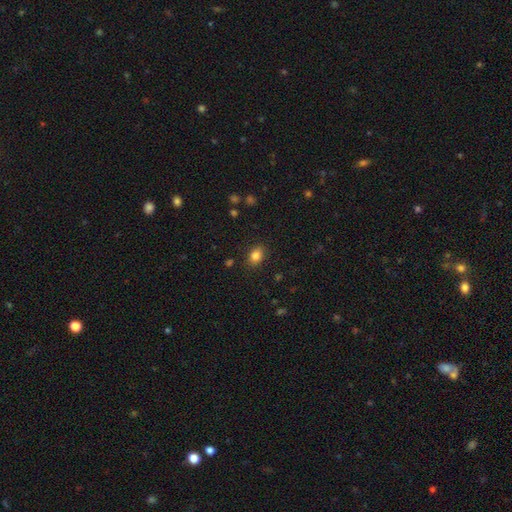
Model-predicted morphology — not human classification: smooth_or_featured: smooth (p=0.83) [alt: star or artifact p=0.11]
how_rounded: in between (p=0.67) [alt: round p=0.31]
merging: none (p=0.86) [alt: minor disturbance p=0.10]